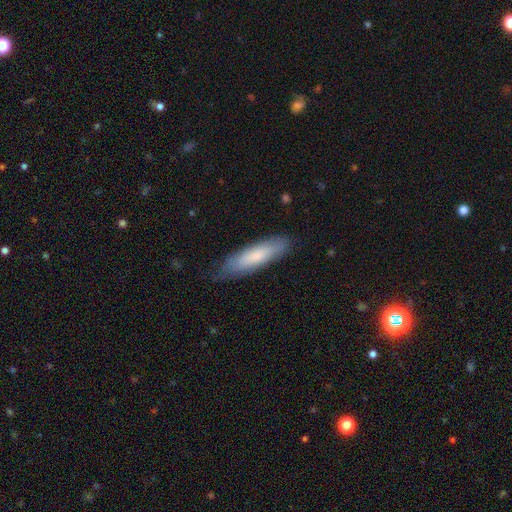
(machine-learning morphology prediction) A smooth galaxy with no disk features (73%) that is cigar-shaped (67%). Merging: none (78%).